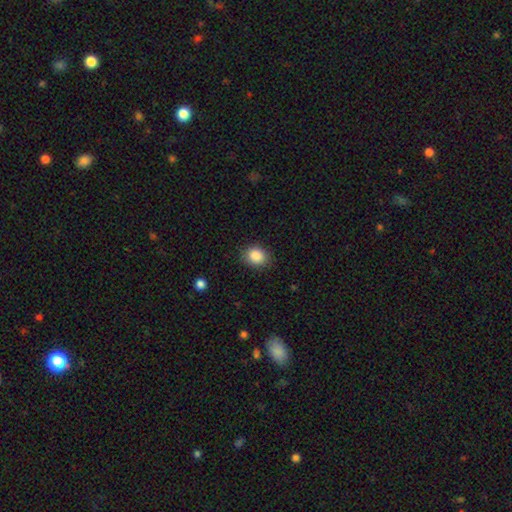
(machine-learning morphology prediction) Smooth or featured?
  - smooth: 87% *
  - star or artifact: 9%
  - featured or disk: 4%
How rounded?
  - round: 58% *
  - in between: 41%
  - cigar-shaped: 1%
Merging?
  - none: 84% *
  - minor disturbance: 12%
  - major disturbance: 3%
  - merger: 1%